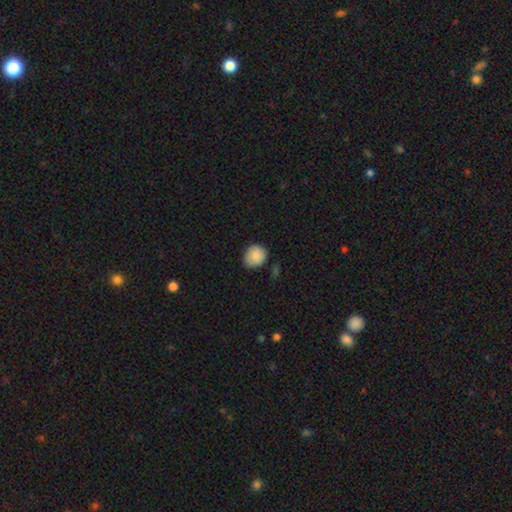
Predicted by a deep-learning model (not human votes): Q: Smooth or featured?
A: smooth (87%); runner-up: star or artifact (7%)
Q: How rounded?
A: round (69%); runner-up: in between (30%)
Q: Merging?
A: none (73%); runner-up: minor disturbance (21%)